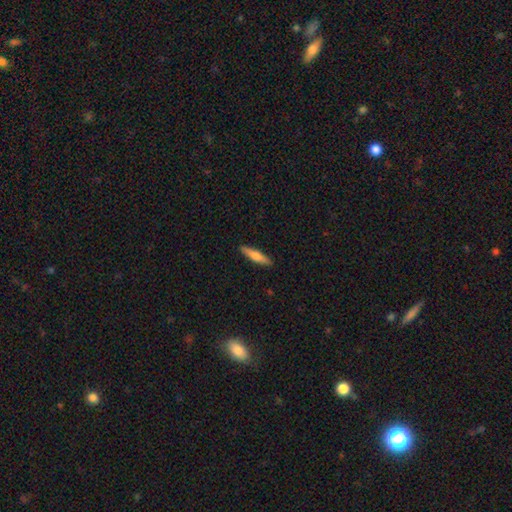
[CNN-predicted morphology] smooth_or_featured: smooth (p=0.60) [alt: featured or disk p=0.34]
how_rounded: cigar-shaped (p=0.85) [alt: in between p=0.13]
merging: none (p=0.91) [alt: minor disturbance p=0.07]